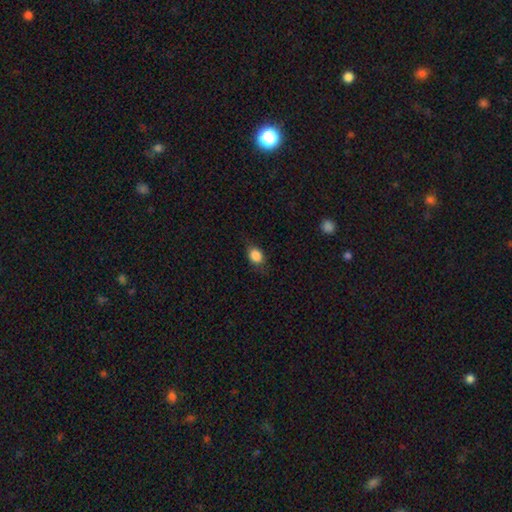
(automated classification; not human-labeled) A smooth galaxy with no disk features (85%) that is in between round and cigar-shaped (54%). Merging: none (74%).